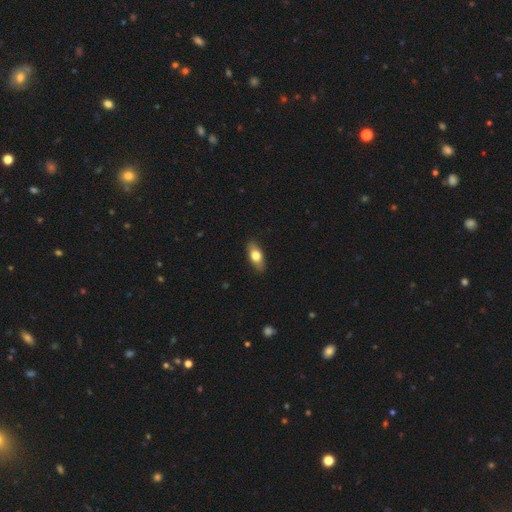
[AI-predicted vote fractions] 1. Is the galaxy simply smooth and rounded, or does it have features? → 72% smooth, 22% featured or disk, 6% star or artifact.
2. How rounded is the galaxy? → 82% in between, 13% cigar-shaped, 5% round.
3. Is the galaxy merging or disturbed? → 87% none, 10% minor disturbance, 2% major disturbance, 1% merger.